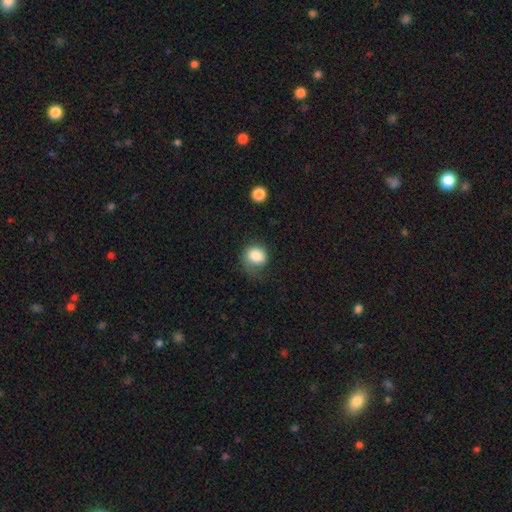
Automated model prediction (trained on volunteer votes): This appears to be a smooth galaxy with no disk features (82%) that is round (72%). Merging: none (42%).